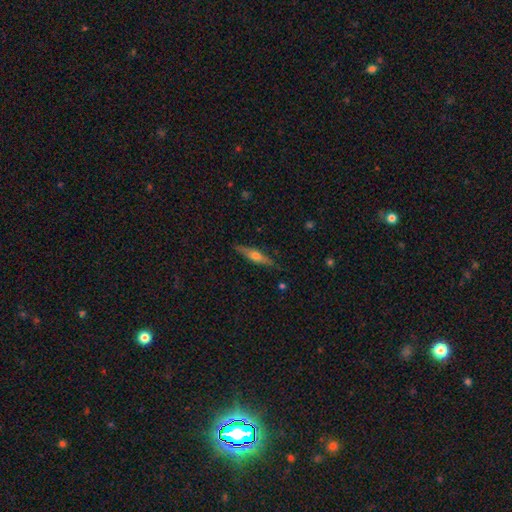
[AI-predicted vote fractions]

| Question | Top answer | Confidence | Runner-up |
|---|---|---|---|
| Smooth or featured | featured or disk | 61% | smooth (33%) |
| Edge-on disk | yes | 94% | no (6%) |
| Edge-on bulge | rounded | 91% | boxy (5%) |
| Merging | none | 86% | minor disturbance (11%) |